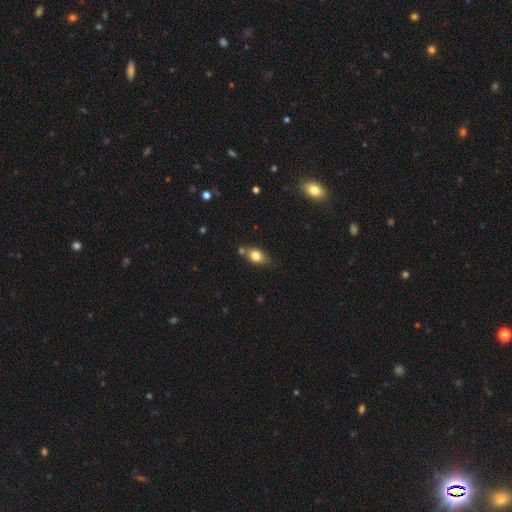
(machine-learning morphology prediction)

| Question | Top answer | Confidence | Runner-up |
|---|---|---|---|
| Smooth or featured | smooth | 78% | featured or disk (12%) |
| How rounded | in between | 77% | round (20%) |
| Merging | none | 64% | minor disturbance (20%) |